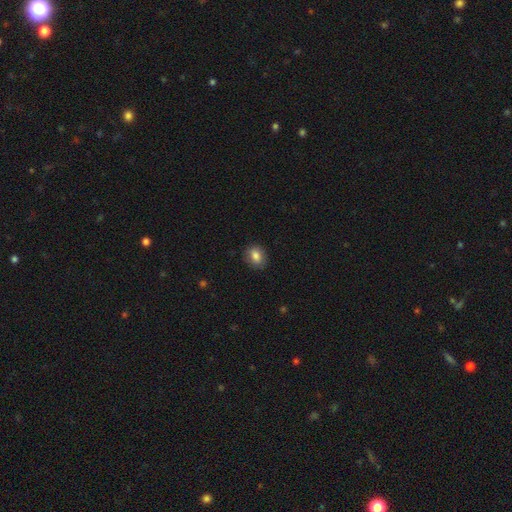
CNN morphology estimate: smooth-or-featured: smooth: 83% | star or artifact: 9% | featured or disk: 8%
  how-rounded: in between: 52% | round: 46% | cigar-shaped: 1%
  merging: none: 86% | minor disturbance: 11% | major disturbance: 2% | merger: 1%